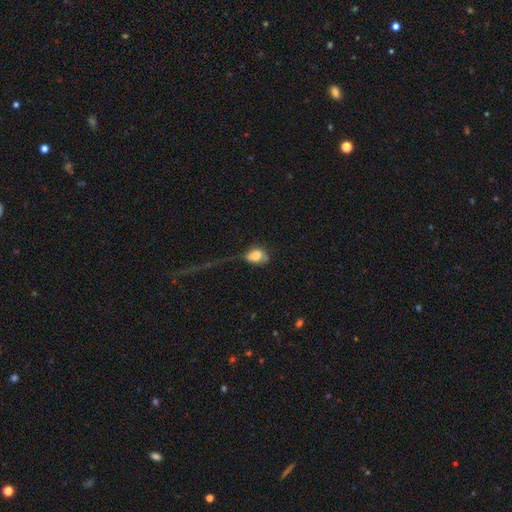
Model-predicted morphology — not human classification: This appears to be a smooth galaxy with no disk features (76%) that is in between round and cigar-shaped (76%). Merging: major disturbance (40%).